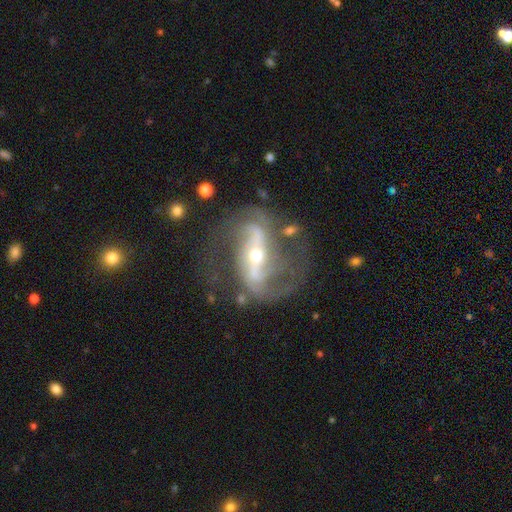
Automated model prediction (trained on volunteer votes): smooth-or-featured: featured or disk: 89% | star or artifact: 6% | smooth: 5%
  disk-edge-on: no: 95% | yes: 5%
    bar: strong: 64% | weak: 22% | no: 15%
    has-spiral-arms: yes: 95% | no: 5%
      spiral-winding: medium: 44% | loose: 43% | tight: 14%
      spiral-arm-count: 2: 89% | can't tell: 4% | 3: 3% | 1: 2% | 4: 1% | more than 4: 1%
    bulge-size: small: 55% | moderate: 41% | large: 2% | dominant: 1% | none: 1%
  merging: none: 65% | minor disturbance: 17% | major disturbance: 15% | merger: 3%